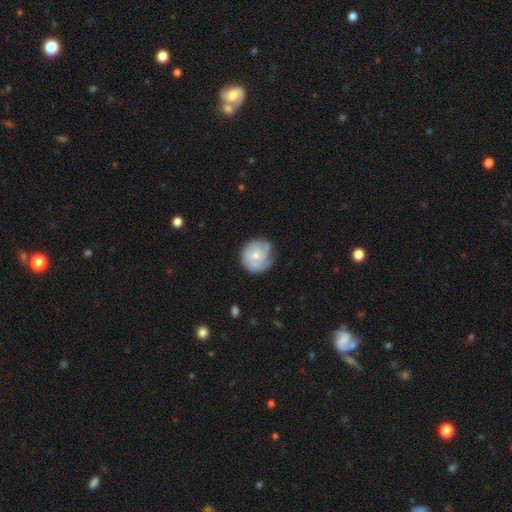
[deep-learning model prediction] This is possibly a featured or disk galaxy (54%). It is clearly not viewed edge-on (98%). Bar: clearly no (81%). Spiral arm pattern: likely yes (78%). Central bulge: possibly small (48%). Merging: likely none (67%).